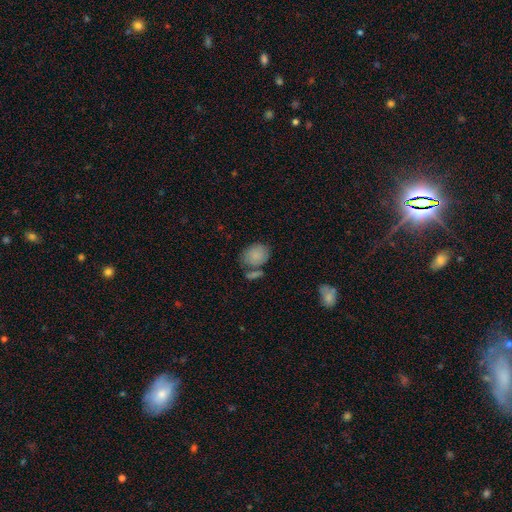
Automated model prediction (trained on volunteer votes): smooth-or-featured: smooth: 82% | featured or disk: 11% | star or artifact: 7%
  how-rounded: in between: 57% | round: 42% | cigar-shaped: 1%
  merging: none: 51% | merger: 23% | minor disturbance: 19% | major disturbance: 7%